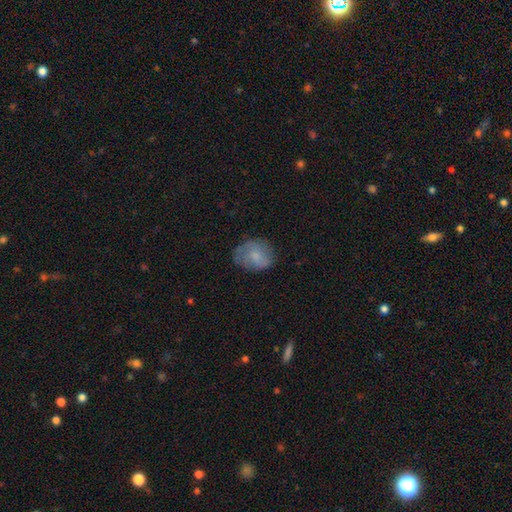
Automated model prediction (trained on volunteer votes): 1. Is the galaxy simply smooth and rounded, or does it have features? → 70% smooth, 22% featured or disk, 8% star or artifact.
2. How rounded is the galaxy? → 51% in between, 48% round, 1% cigar-shaped.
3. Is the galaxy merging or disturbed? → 63% none, 26% minor disturbance, 9% major disturbance, 1% merger.